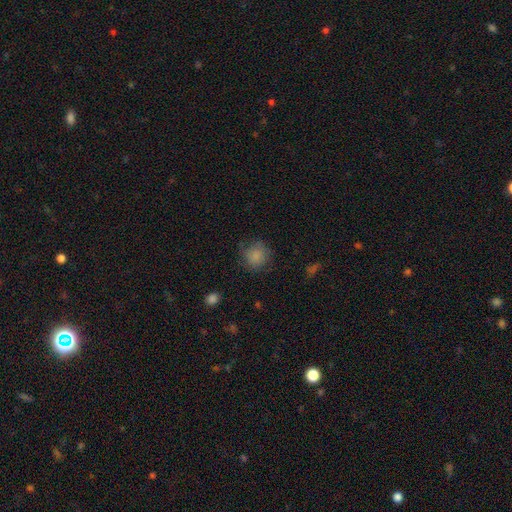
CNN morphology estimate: Smooth or featured?
  - smooth: 83% *
  - star or artifact: 9%
  - featured or disk: 7%
How rounded?
  - round: 88% *
  - in between: 11%
  - cigar-shaped: 1%
Merging?
  - none: 72% *
  - minor disturbance: 20%
  - major disturbance: 7%
  - merger: 1%